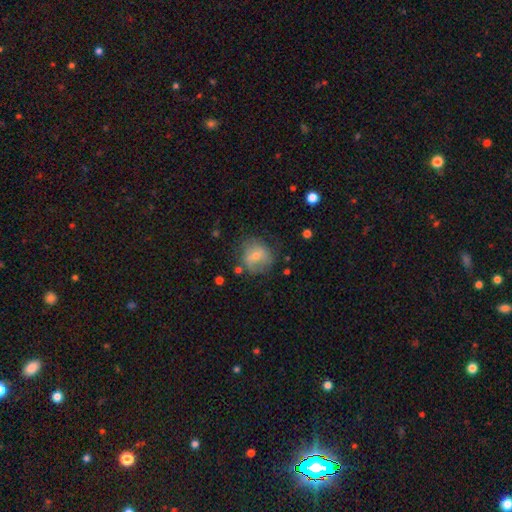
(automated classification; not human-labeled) smooth-or-featured: smooth: 55% | featured or disk: 36% | star or artifact: 9%
  how-rounded: round: 81% | in between: 18% | cigar-shaped: 1%
  merging: none: 62% | minor disturbance: 23% | major disturbance: 12% | merger: 3%